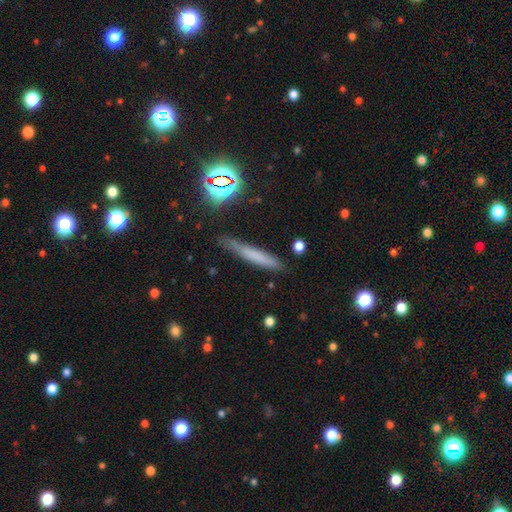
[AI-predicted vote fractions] Morphology: type=smooth (63%); roundness=cigar-shaped (92%); merging=none (79%).